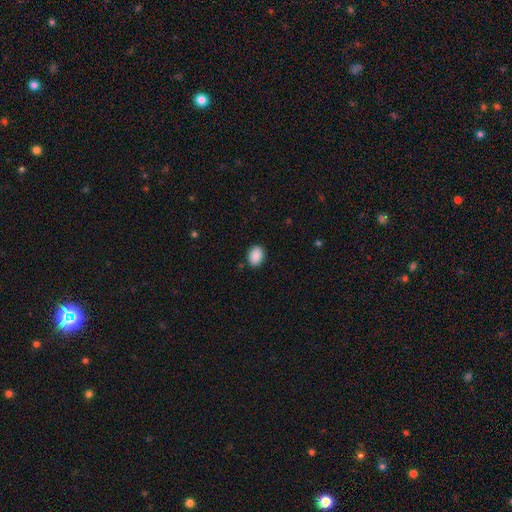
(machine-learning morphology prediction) A smooth galaxy with no disk features (90%) that is in between round and cigar-shaped (74%).

Vote fractions:
- Smooth or featured? smooth: 90% / star or artifact: 8% / featured or disk: 2%
- How rounded? in between: 74% / round: 25% / cigar-shaped: 1%
- Merging? none: 88% / minor disturbance: 9% / major disturbance: 2% / merger: 1%